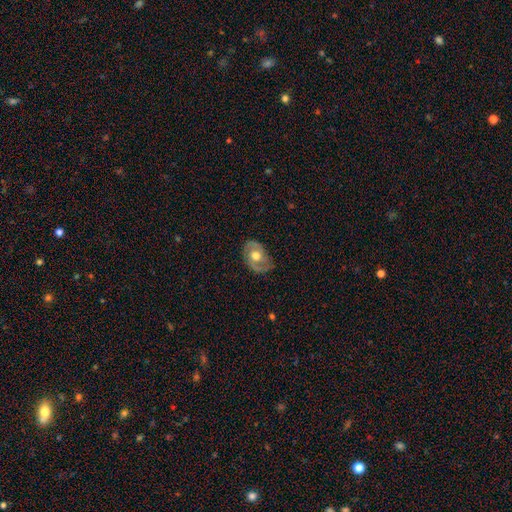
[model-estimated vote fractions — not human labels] smooth-or-featured: featured or disk: 66% | smooth: 28% | star or artifact: 6%
  disk-edge-on: no: 95% | yes: 5%
    bar: no: 70% | weak: 24% | strong: 5%
    has-spiral-arms: yes: 74% | no: 26%
    bulge-size: moderate: 70% | large: 22% | small: 6% | dominant: 1% | none: 1%
  merging: none: 72% | minor disturbance: 20% | major disturbance: 6% | merger: 1%